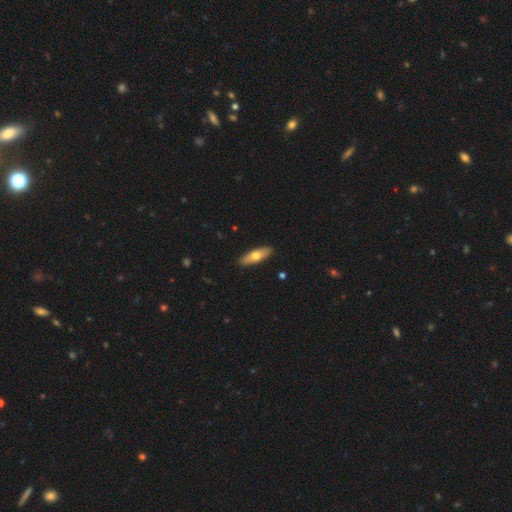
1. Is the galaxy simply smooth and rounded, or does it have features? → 59% smooth, 36% featured or disk, 5% star or artifact.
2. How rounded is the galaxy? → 57% cigar-shaped, 43% in between, 0% round.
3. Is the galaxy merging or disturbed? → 84% none, 11% minor disturbance, 3% major disturbance, 3% merger.